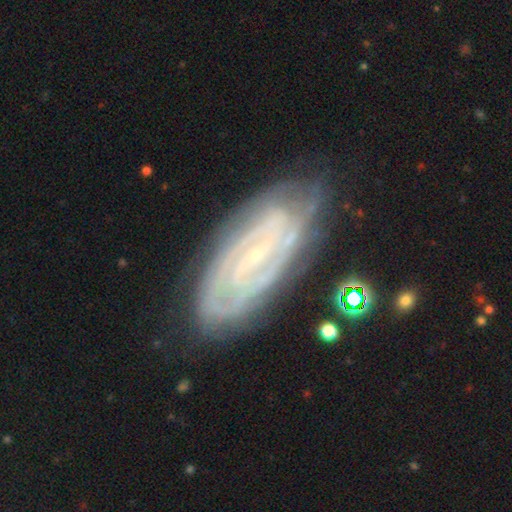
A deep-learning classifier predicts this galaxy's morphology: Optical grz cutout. It shows a featured or disk galaxy (84%) with a weak bar (43%), tight (74%) spiral arms (94%) and a small central bulge (80%). Merging: none (76%).